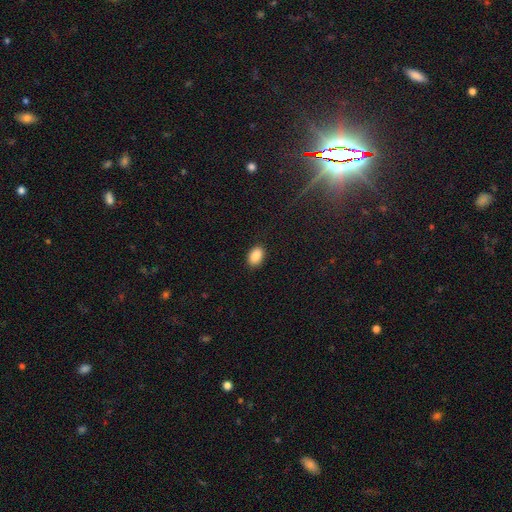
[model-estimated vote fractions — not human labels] smooth 89%, star or artifact 8%, featured or disk 3%. Down the decision tree: how rounded — in between (88%); merging — none (89%).